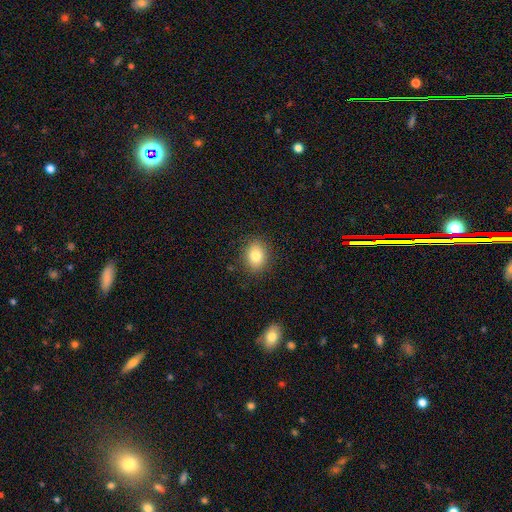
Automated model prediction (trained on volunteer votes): Morphology: type=smooth (82%); roundness=in between (56%); merging=none (87%).